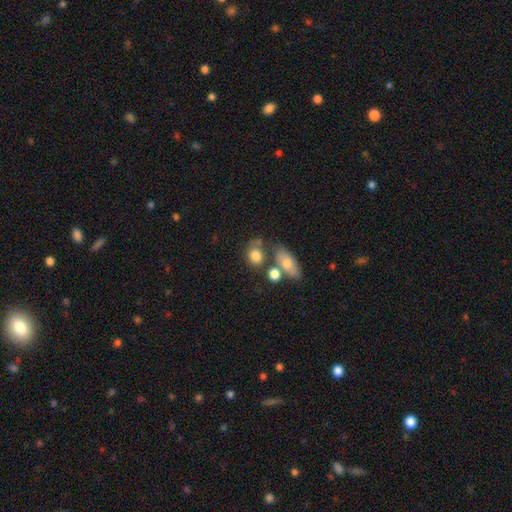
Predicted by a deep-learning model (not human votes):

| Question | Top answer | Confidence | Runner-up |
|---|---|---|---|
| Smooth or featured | smooth | 77% | featured or disk (13%) |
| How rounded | round | 52% | in between (46%) |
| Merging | none | 48% | merger (29%) |